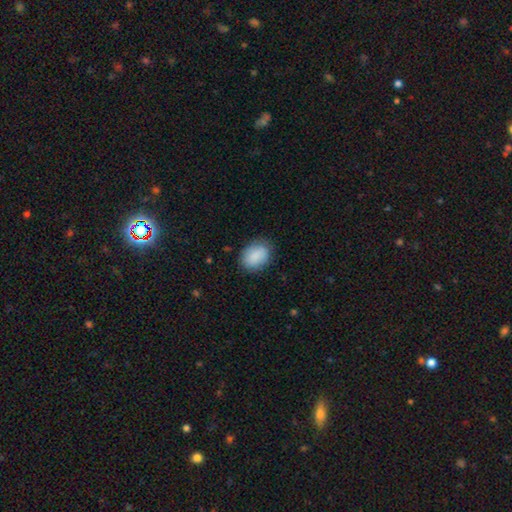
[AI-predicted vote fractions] Smooth or featured?
  - smooth: 88% *
  - star or artifact: 6%
  - featured or disk: 6%
How rounded?
  - in between: 71% *
  - round: 28%
  - cigar-shaped: 1%
Merging?
  - none: 80% *
  - minor disturbance: 15%
  - major disturbance: 4%
  - merger: 1%